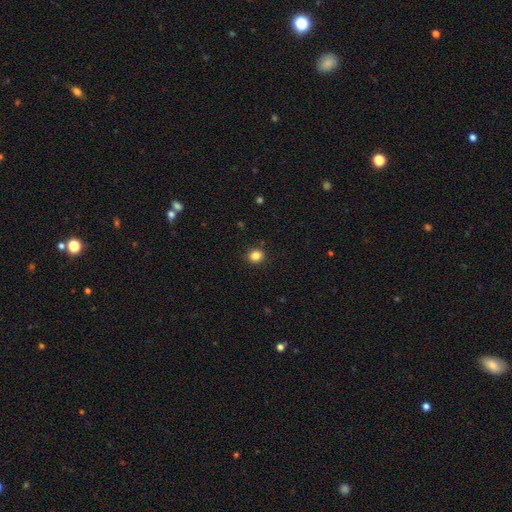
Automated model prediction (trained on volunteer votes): A smooth galaxy with no disk features (84%) that is round (78%). Merging: none (91%).